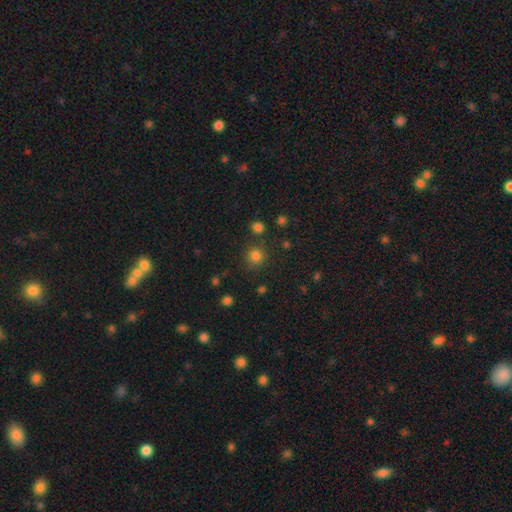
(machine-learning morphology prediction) The model was most divided on "smooth or featured": smooth: 79%, star or artifact: 16%, featured or disk: 5%. More confident: how rounded — round (91%); merging — none (80%).